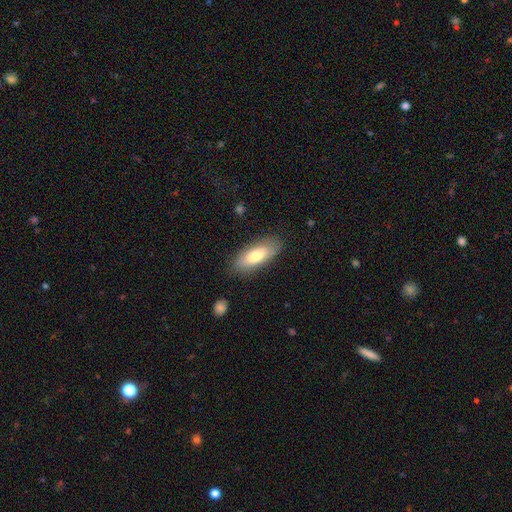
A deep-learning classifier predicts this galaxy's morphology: smooth-or-featured: smooth: 74% | featured or disk: 19% | star or artifact: 6%
  how-rounded: in between: 76% | cigar-shaped: 22% | round: 2%
  merging: none: 83% | minor disturbance: 12% | major disturbance: 3% | merger: 1%